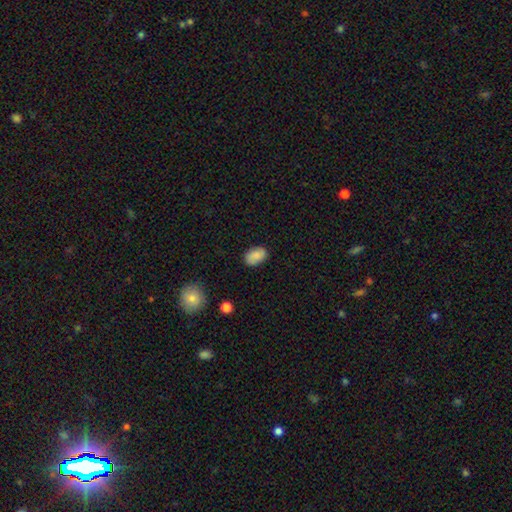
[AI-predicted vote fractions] Smooth or featured: smooth — 83% (featured or disk — 9%)
How rounded: in between — 88% (round — 11%)
Merging: none — 84% (minor disturbance — 12%)